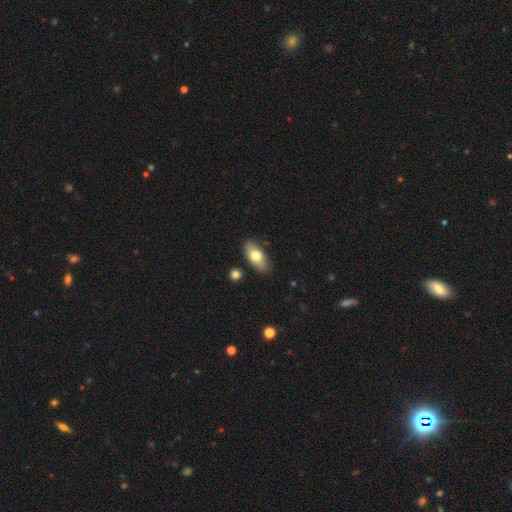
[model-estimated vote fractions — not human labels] The model was most divided on "smooth or featured": smooth: 74%, featured or disk: 20%, star or artifact: 6%. More confident: how rounded — in between (87%); merging — none (82%).